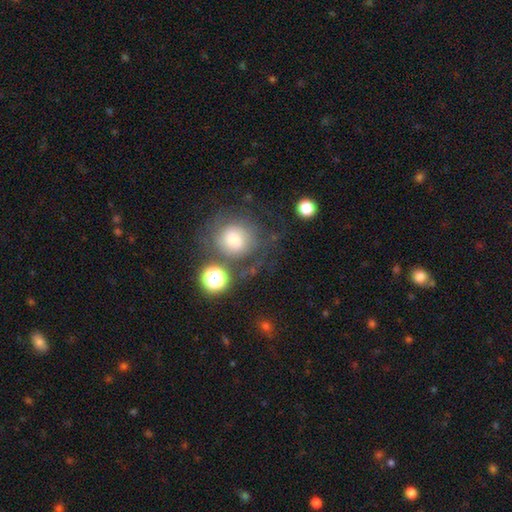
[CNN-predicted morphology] Smooth or featured?
  - smooth: 45% *
  - star or artifact: 32%
  - featured or disk: 23%
Merging?
  - none: 67% *
  - minor disturbance: 13%
  - merger: 12%
  - major disturbance: 8%